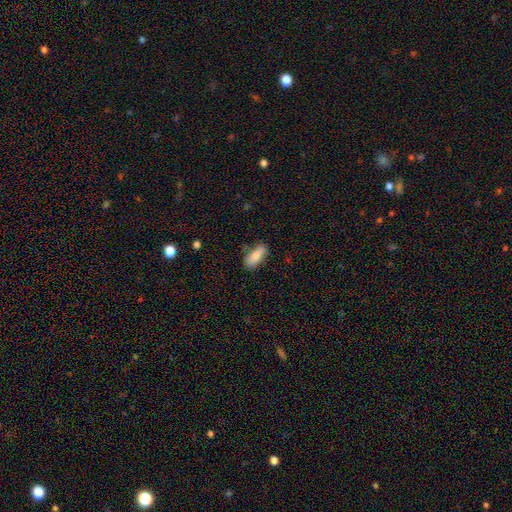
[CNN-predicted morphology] A smooth galaxy with no disk features (81%) that is in between round and cigar-shaped (80%). Merging: none (69%).